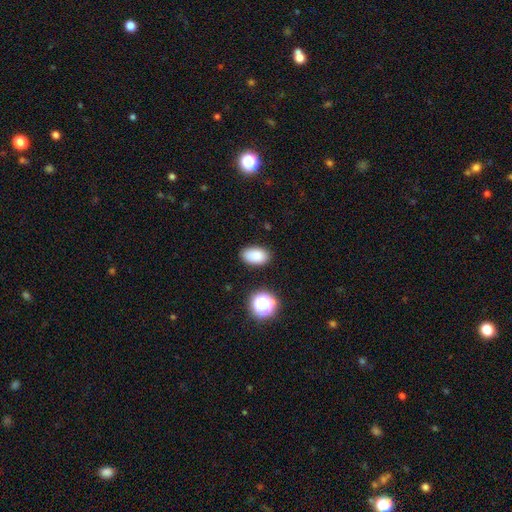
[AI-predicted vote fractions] This appears to be a smooth galaxy with no disk features (84%) that is in between round and cigar-shaped (91%). Merging: none (85%).